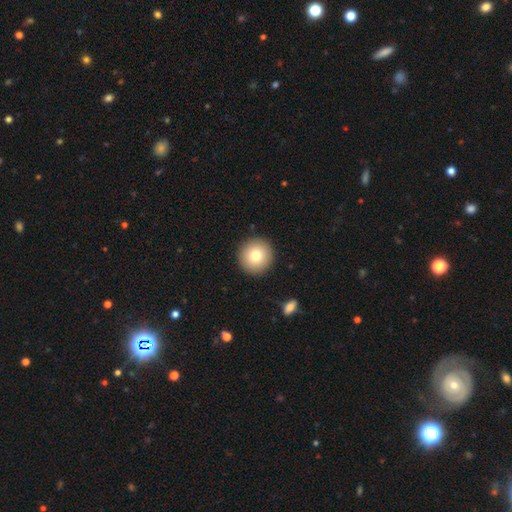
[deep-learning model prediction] Smooth or featured? Predicted: smooth (p=0.77). How rounded? Predicted: round (p=0.96). Merging? Predicted: none (p=0.92).